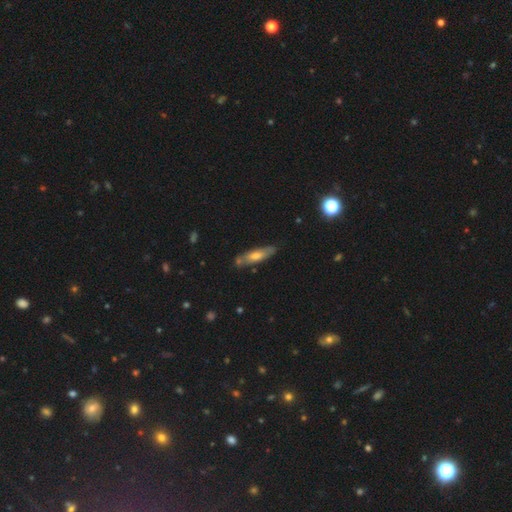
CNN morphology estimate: Smooth or featured: featured or disk — 47% (smooth — 46%)
Merging: none — 76% (minor disturbance — 16%)